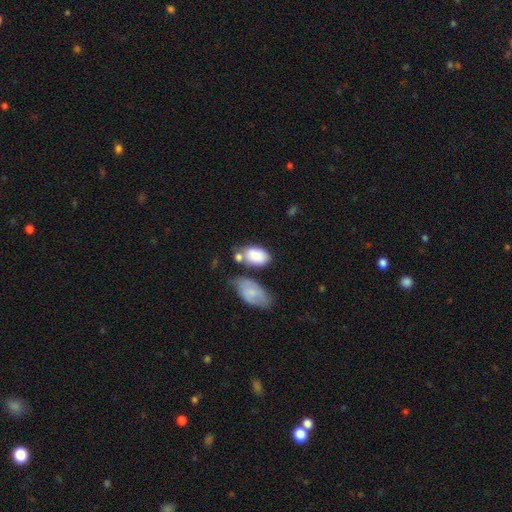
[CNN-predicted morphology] smooth_or_featured: smooth (p=0.82) [alt: featured or disk p=0.11]
how_rounded: in between (p=0.91) [alt: round p=0.08]
merging: none (p=0.44) [alt: merger p=0.26]